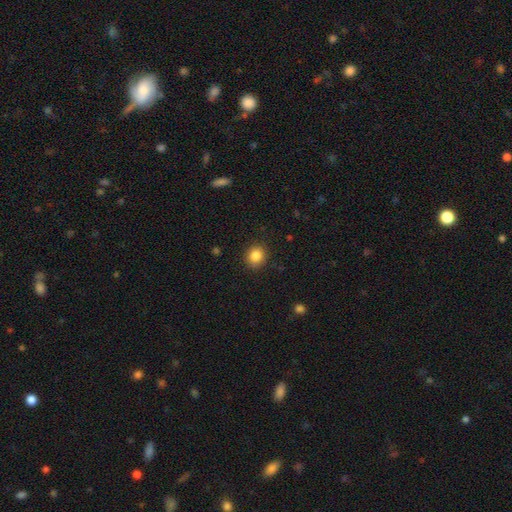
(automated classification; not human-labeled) A smooth galaxy with no disk features (85%) that is round (84%).

Vote fractions:
- Smooth or featured? smooth: 85% / star or artifact: 10% / featured or disk: 5%
- How rounded? round: 84% / in between: 15% / cigar-shaped: 1%
- Merging? none: 89% / minor disturbance: 7% / major disturbance: 2% / merger: 1%